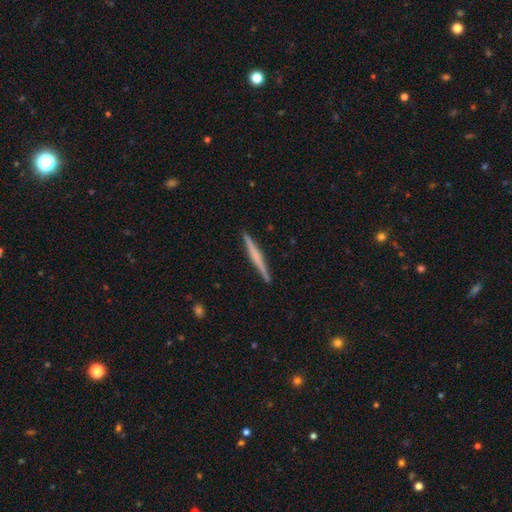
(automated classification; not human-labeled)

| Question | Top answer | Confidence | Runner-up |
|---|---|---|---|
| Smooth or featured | featured or disk | 55% | smooth (40%) |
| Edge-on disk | yes | 98% | no (2%) |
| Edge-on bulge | none | 57% | rounded (28%) |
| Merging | none | 92% | minor disturbance (6%) |